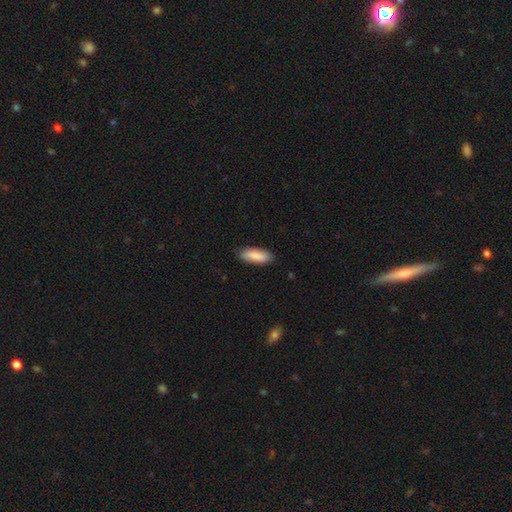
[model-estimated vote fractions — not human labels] smooth-or-featured: smooth: 86% | featured or disk: 9% | star or artifact: 5%
  how-rounded: in between: 70% | cigar-shaped: 28% | round: 2%
  merging: none: 86% | minor disturbance: 11% | major disturbance: 2% | merger: 1%